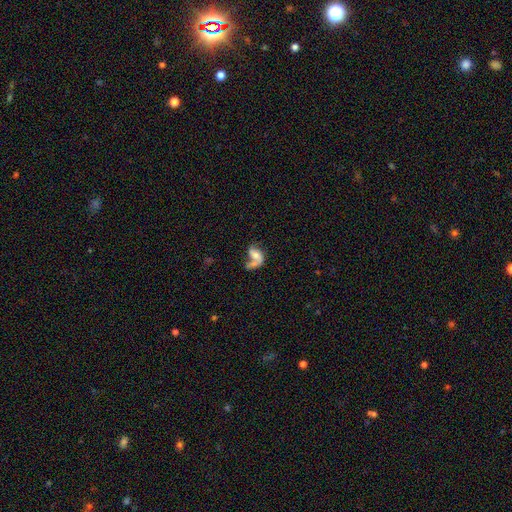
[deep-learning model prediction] Smooth or featured?
  - featured or disk: 61% *
  - smooth: 30%
  - star or artifact: 9%
Edge-on disk?
  - no: 96% *
  - yes: 4%
Bar?
  - no: 61% *
  - weak: 29%
  - strong: 10%
Spiral arms?
  - yes: 76% *
  - no: 24%
Bulge size?
  - moderate: 50% *
  - small: 33%
  - large: 8%
  - none: 8%
  - dominant: 2%
Merging?
  - merger: 35% *
  - none: 25%
  - major disturbance: 25%
  - minor disturbance: 15%